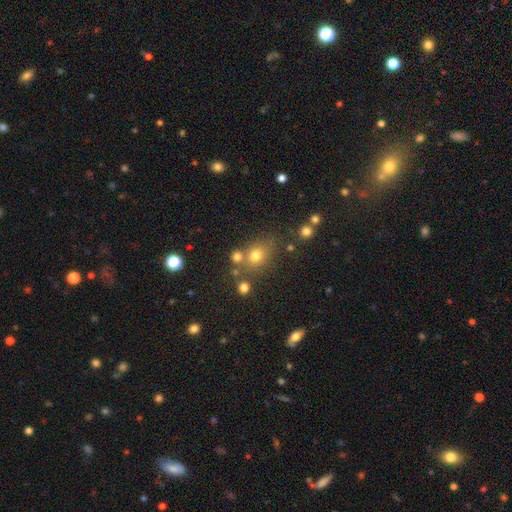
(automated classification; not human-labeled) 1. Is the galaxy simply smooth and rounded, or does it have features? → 71% smooth, 18% star or artifact, 11% featured or disk.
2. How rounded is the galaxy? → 67% round, 32% in between, 1% cigar-shaped.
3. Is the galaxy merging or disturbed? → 65% none, 17% merger, 13% minor disturbance, 6% major disturbance.